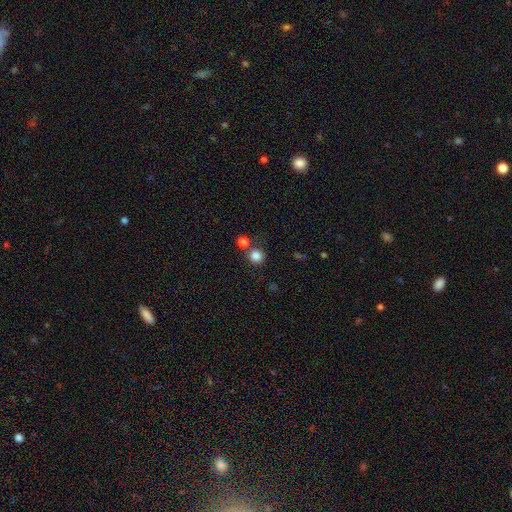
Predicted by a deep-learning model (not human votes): Smooth or featured?
  - smooth: 83% *
  - star or artifact: 12%
  - featured or disk: 5%
How rounded?
  - round: 92% *
  - in between: 7%
  - cigar-shaped: 1%
Merging?
  - none: 71% *
  - merger: 18%
  - minor disturbance: 8%
  - major disturbance: 3%